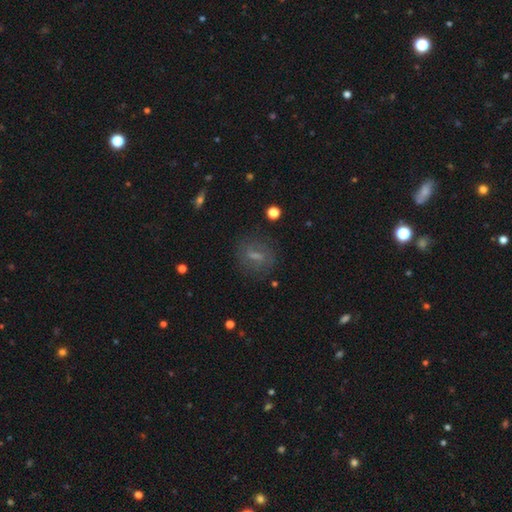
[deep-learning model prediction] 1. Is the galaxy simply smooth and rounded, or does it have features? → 47% smooth, 36% featured or disk, 17% star or artifact.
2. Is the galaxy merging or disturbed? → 77% none, 14% minor disturbance, 7% major disturbance, 2% merger.